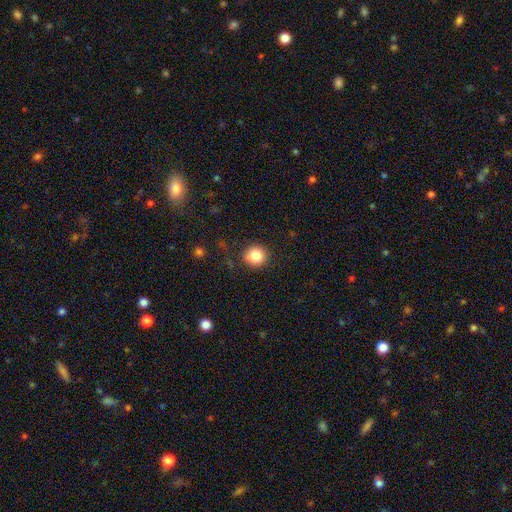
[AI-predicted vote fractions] smooth_or_featured: smooth (p=0.84) [alt: star or artifact p=0.10]
how_rounded: round (p=0.90) [alt: in between p=0.09]
merging: none (p=0.86) [alt: minor disturbance p=0.09]